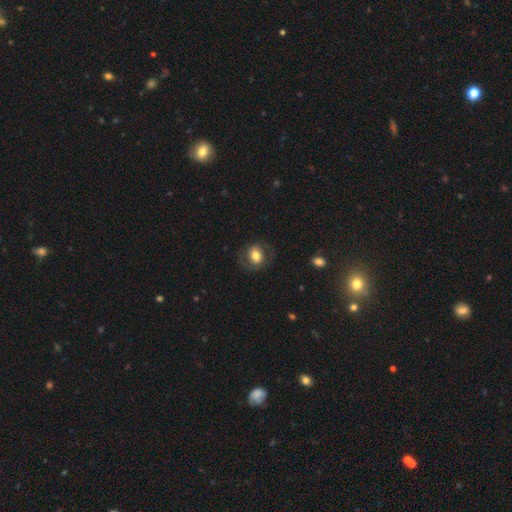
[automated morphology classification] type=smooth (61%); roundness=in between (52%); merging=none (73%).